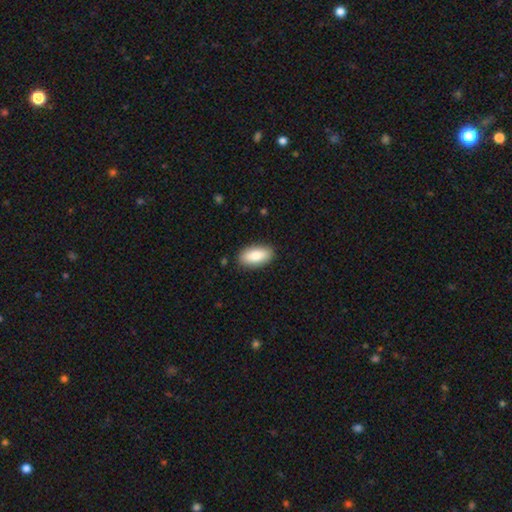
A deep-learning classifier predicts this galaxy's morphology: smooth-or-featured: smooth: 83% | featured or disk: 11% | star or artifact: 6%
  how-rounded: in between: 92% | cigar-shaped: 5% | round: 3%
  merging: none: 88% | minor disturbance: 9% | major disturbance: 2% | merger: 1%